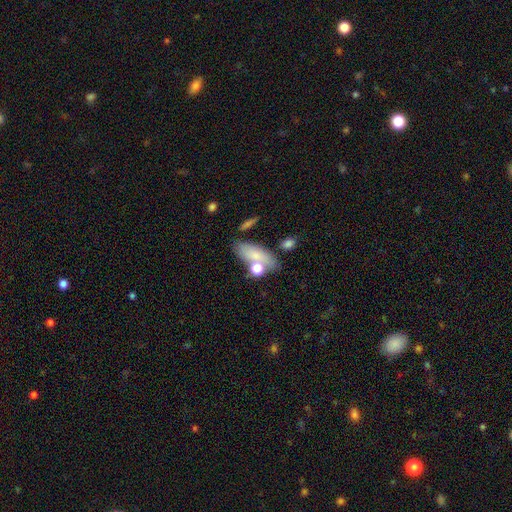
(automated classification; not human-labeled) Smooth or featured?
  - smooth: 74% *
  - featured or disk: 18%
  - star or artifact: 9%
How rounded?
  - in between: 80% *
  - cigar-shaped: 13%
  - round: 7%
Merging?
  - none: 57% *
  - merger: 19%
  - minor disturbance: 17%
  - major disturbance: 7%